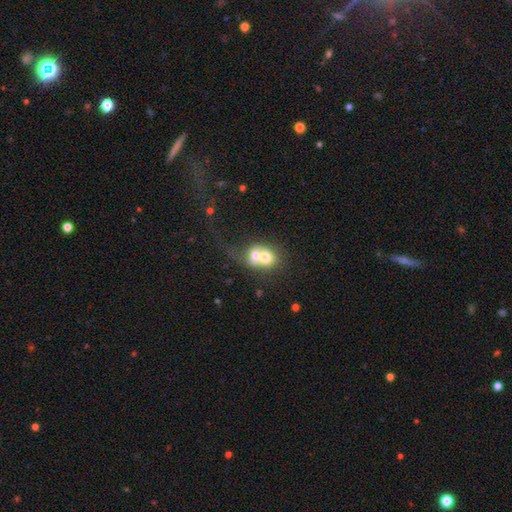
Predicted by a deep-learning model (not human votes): Smooth or featured?
  - smooth: 61% *
  - featured or disk: 30%
  - star or artifact: 9%
How rounded?
  - round: 59% *
  - in between: 40%
  - cigar-shaped: 1%
Merging?
  - merger: 74% *
  - none: 15%
  - major disturbance: 6%
  - minor disturbance: 5%